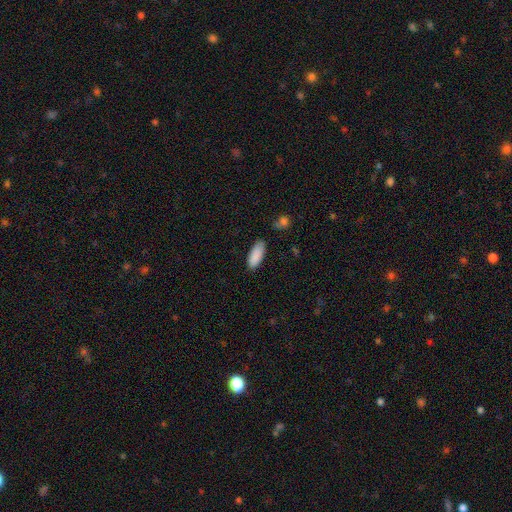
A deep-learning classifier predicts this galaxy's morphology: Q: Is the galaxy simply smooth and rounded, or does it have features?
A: smooth — 90%.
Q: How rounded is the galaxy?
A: in between — 79%.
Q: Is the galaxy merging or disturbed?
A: none — 82%.